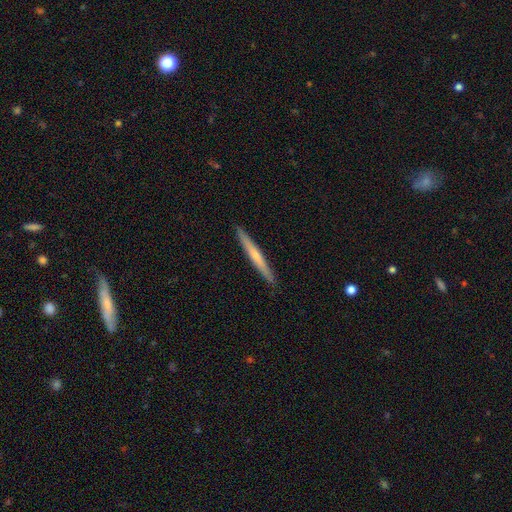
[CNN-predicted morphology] smooth 48%, featured or disk 47%, star or artifact 5%. Down the decision tree: merging — none (92%).